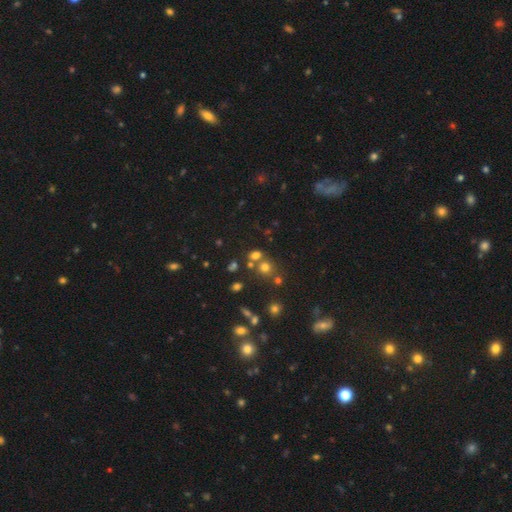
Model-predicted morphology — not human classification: A smooth galaxy with no disk features (63%) that is round (67%).

Vote fractions:
- Smooth or featured? smooth: 63% / star or artifact: 26% / featured or disk: 11%
- How rounded? round: 67% / in between: 32% / cigar-shaped: 1%
- Merging? none: 57% / merger: 29% / minor disturbance: 9% / major disturbance: 4%